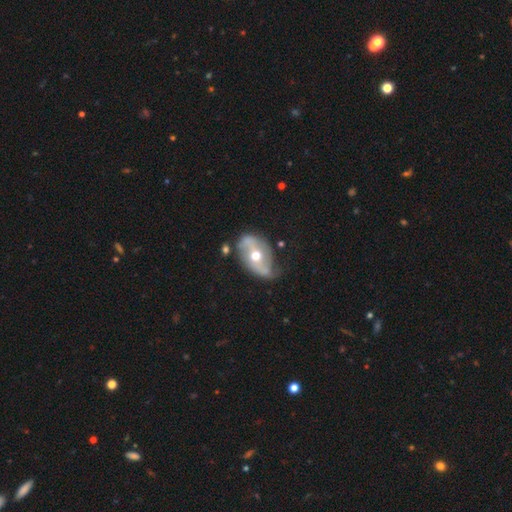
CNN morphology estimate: This is likely a featured or disk galaxy (74%). It is clearly not viewed edge-on (94%). Bar: marginally no (45%). Spiral arm pattern: likely yes (76%). Spiral arm count: clearly 2 (85%). Spiral winding: possibly loose (59%). Central bulge: likely moderate (77%). Merging: possibly none (55%).